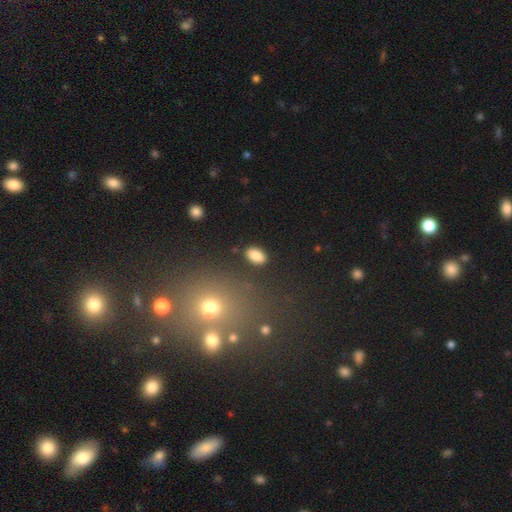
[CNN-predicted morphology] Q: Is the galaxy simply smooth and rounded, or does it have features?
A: smooth — 85%.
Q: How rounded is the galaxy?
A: in between — 92%.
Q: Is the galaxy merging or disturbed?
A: none — 87%.